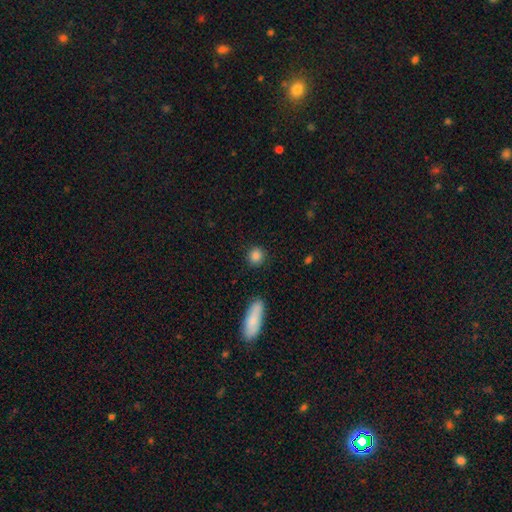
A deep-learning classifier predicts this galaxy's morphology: A smooth galaxy with no disk features (86%) that is round (85%).

Vote fractions:
- Smooth or featured? smooth: 86% / star or artifact: 9% / featured or disk: 5%
- How rounded? round: 85% / in between: 13% / cigar-shaped: 2%
- Merging? none: 89% / minor disturbance: 7% / major disturbance: 2% / merger: 2%